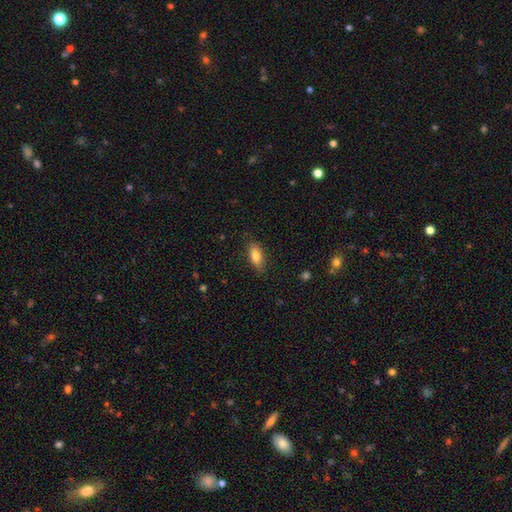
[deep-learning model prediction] Smooth or featured? smooth (80%)
How rounded? in between (80%)
Merging? none (83%)